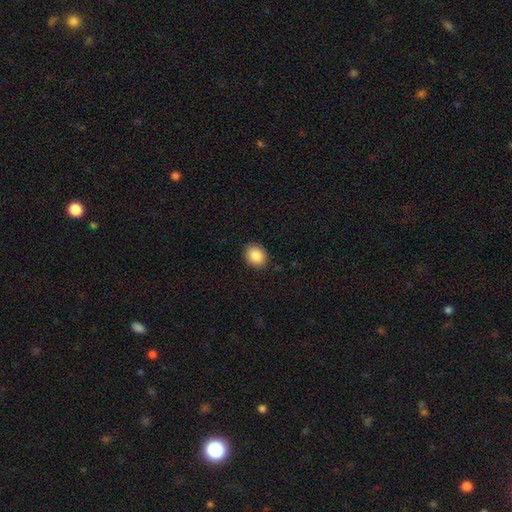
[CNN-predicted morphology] smooth-or-featured: smooth: 88% | star or artifact: 8% | featured or disk: 4%
  how-rounded: round: 53% | in between: 47% | cigar-shaped: 1%
  merging: none: 89% | minor disturbance: 8% | major disturbance: 2% | merger: 1%